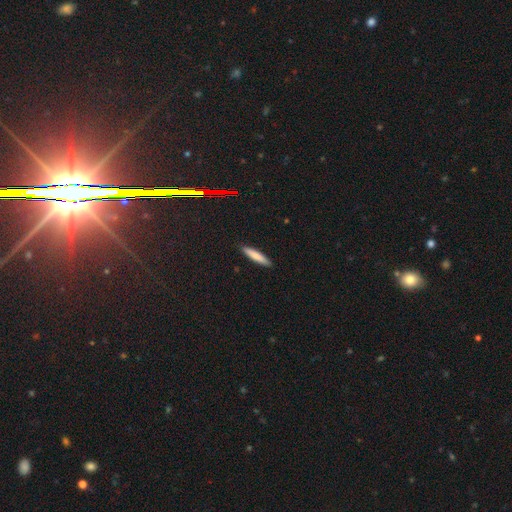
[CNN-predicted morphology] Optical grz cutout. It shows a smooth galaxy with no disk features (76%) that is cigar-shaped (88%). Merging: none (91%).